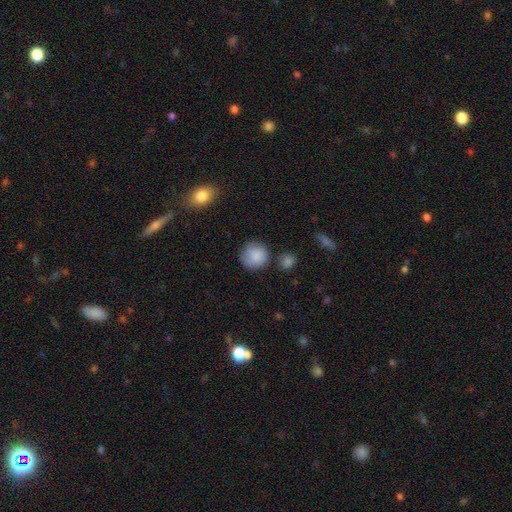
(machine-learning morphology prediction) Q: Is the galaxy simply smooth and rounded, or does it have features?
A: smooth — 87%.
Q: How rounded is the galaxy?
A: round — 91%.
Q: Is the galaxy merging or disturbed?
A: none — 75%.